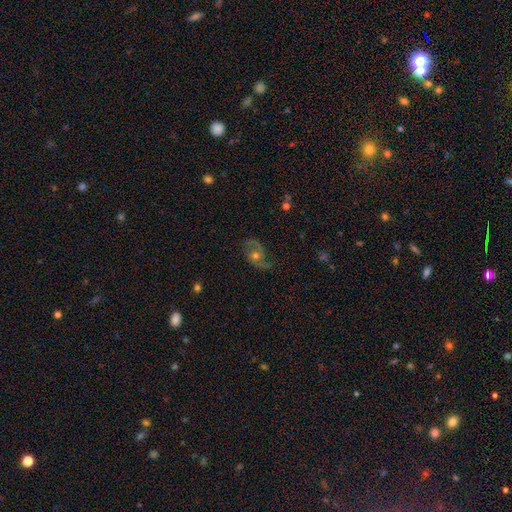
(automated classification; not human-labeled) Overall: featured or disk (76%). Edge-on disk: no (96%). Bar: no (70%). Spiral arms: yes (91%). Spiral arm count: 2 (85%). Spiral winding: medium (47%; loose 37%). Bulge size: moderate (68%). Merging: none (71%).